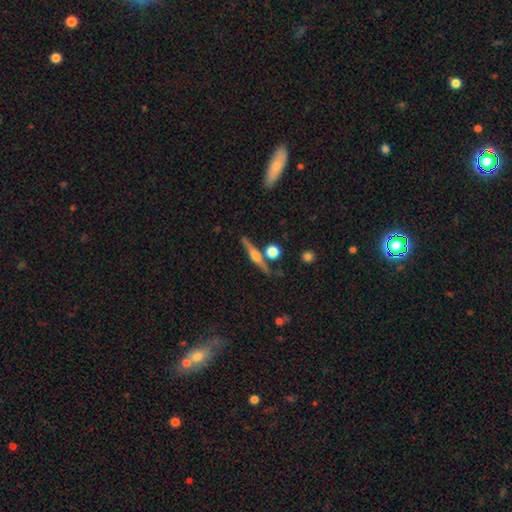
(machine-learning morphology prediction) smooth_or_featured: featured or disk (p=0.70) [alt: smooth p=0.23]
disk_edge_on: yes (p=0.96) [alt: no p=0.04]
edge_on_bulge: rounded (p=0.90) [alt: boxy p=0.06]
merging: none (p=0.76) [alt: minor disturbance p=0.11]